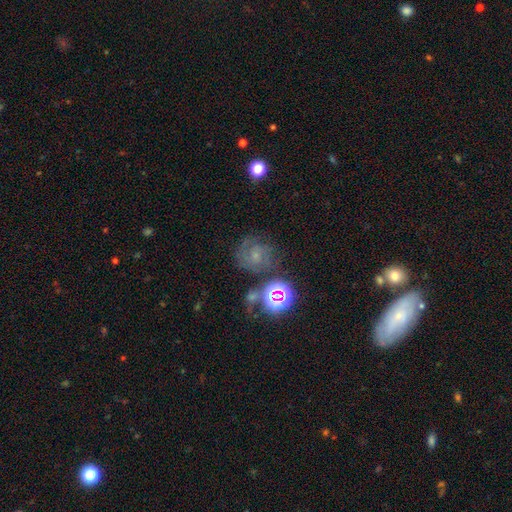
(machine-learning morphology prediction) smooth_or_featured: featured or disk (p=0.51) [alt: star or artifact p=0.25]
disk_edge_on: no (p=0.97) [alt: yes p=0.03]
merging: none (p=0.63) [alt: minor disturbance p=0.18]